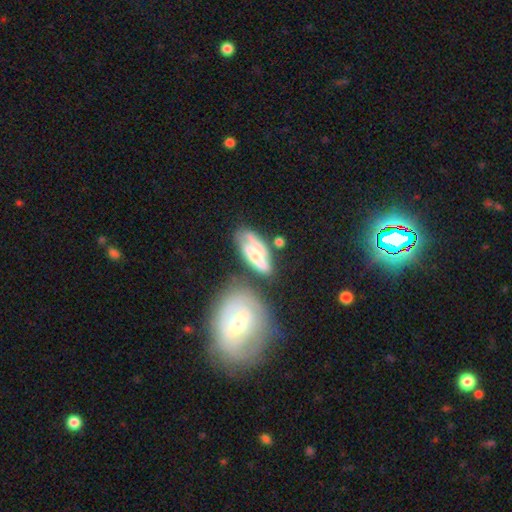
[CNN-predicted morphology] smooth_or_featured: featured or disk (p=0.56) [alt: smooth p=0.35]
disk_edge_on: no (p=0.85) [alt: yes p=0.15]
merging: none (p=0.45) [alt: merger p=0.22]